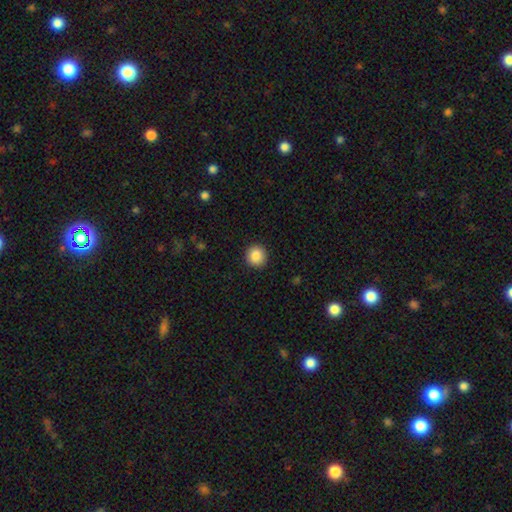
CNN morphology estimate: Overall: smooth (88%). How rounded: round (92%). Merging: none (92%).